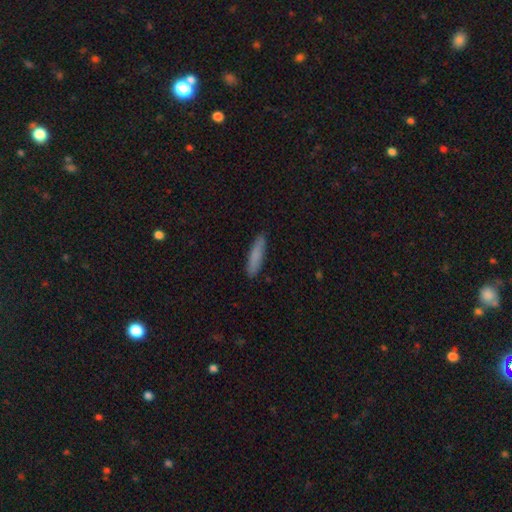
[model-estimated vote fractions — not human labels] Smooth or featured?
  - smooth: 82% *
  - featured or disk: 12%
  - star or artifact: 6%
How rounded?
  - cigar-shaped: 85% *
  - in between: 14%
  - round: 1%
Merging?
  - none: 89% *
  - minor disturbance: 8%
  - major disturbance: 2%
  - merger: 1%